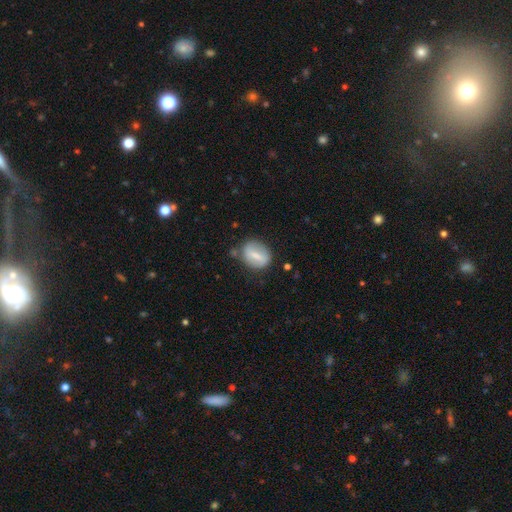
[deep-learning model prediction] The model was most divided on "smooth or featured": smooth: 53%, featured or disk: 40%, star or artifact: 7%. More confident: merging — none (67%); how rounded — in between (56%).